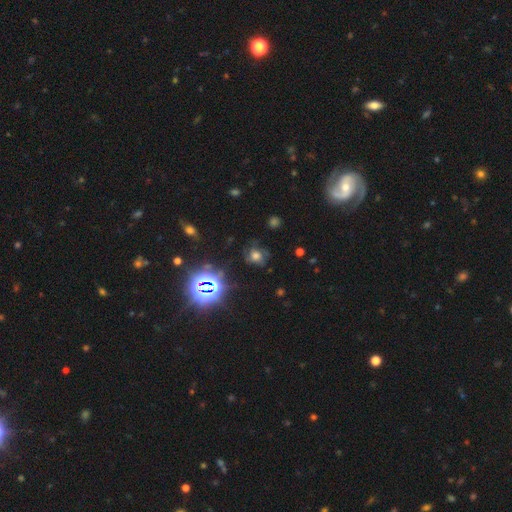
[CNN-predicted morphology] Smooth or featured: smooth — 43% (star or artifact — 36%)
Merging: none — 65% (minor disturbance — 20%)